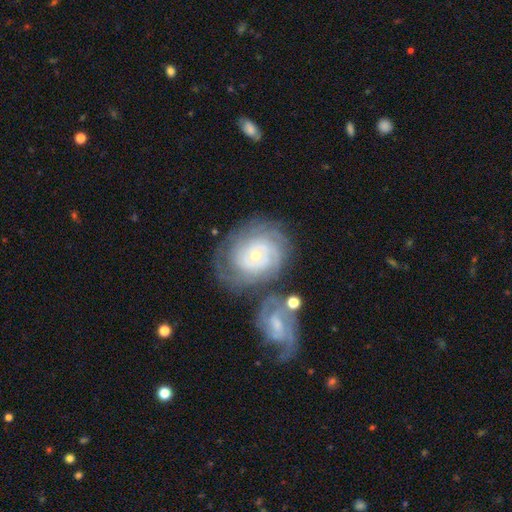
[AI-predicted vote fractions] Smooth or featured?
  - featured or disk: 83% *
  - smooth: 11%
  - star or artifact: 6%
Edge-on disk?
  - no: 97% *
  - yes: 3%
Bar?
  - no: 77% *
  - weak: 18%
  - strong: 5%
Spiral arms?
  - yes: 93% *
  - no: 7%
Spiral winding?
  - tight: 81% *
  - medium: 15%
  - loose: 4%
Spiral arm count?
  - can't tell: 40% *
  - 3: 18%
  - 4: 15%
  - 2: 13%
  - more than 4: 8%
  - 1: 5%
Bulge size?
  - small: 64% *
  - moderate: 31%
  - large: 2%
  - none: 1%
  - dominant: 1%
Merging?
  - none: 58% *
  - merger: 18%
  - minor disturbance: 16%
  - major disturbance: 8%